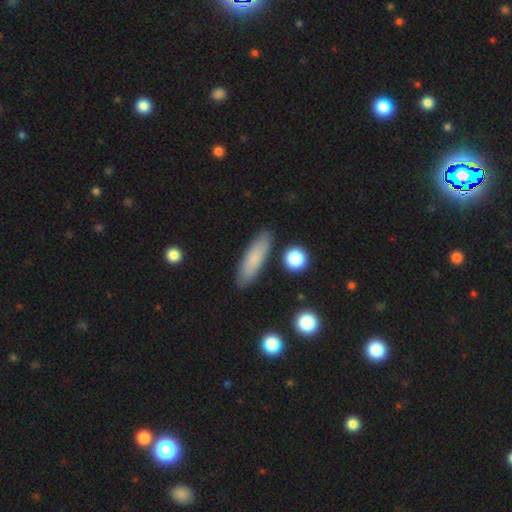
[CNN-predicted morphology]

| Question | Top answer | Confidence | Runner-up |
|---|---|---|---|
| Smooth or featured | smooth | 79% | featured or disk (15%) |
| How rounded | cigar-shaped | 60% | in between (38%) |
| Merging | none | 85% | minor disturbance (10%) |